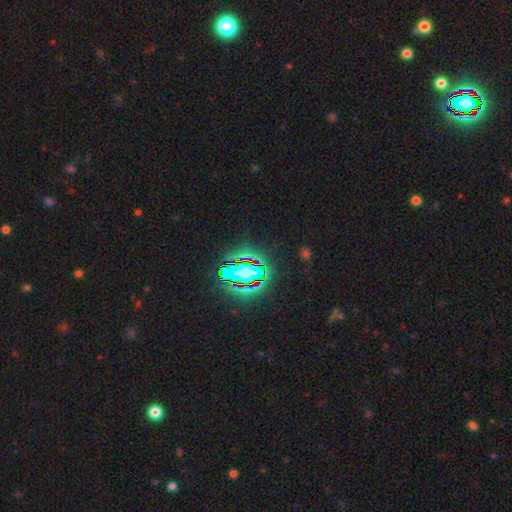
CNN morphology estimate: Smooth or featured? Predicted: star or artifact (p=0.84).